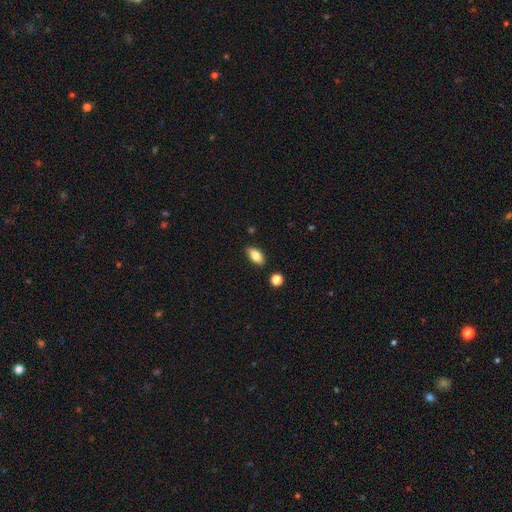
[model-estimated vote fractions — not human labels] This is clearly a smooth galaxy (80%). How rounded: clearly in between (88%). Merging: clearly none (85%).